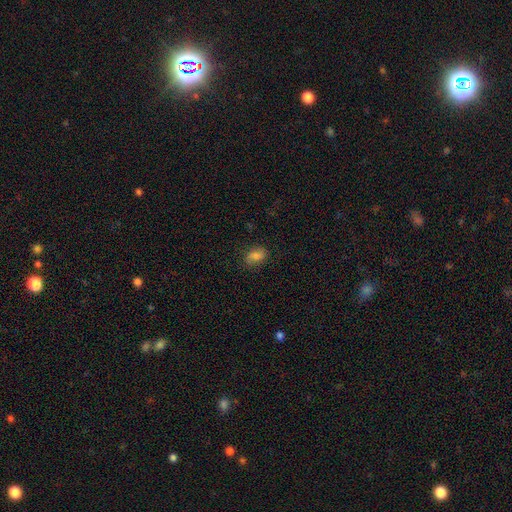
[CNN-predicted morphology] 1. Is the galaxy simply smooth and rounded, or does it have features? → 79% smooth, 11% star or artifact, 10% featured or disk.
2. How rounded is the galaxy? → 79% in between, 19% round, 2% cigar-shaped.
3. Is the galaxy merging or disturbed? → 79% none, 16% minor disturbance, 4% major disturbance, 1% merger.